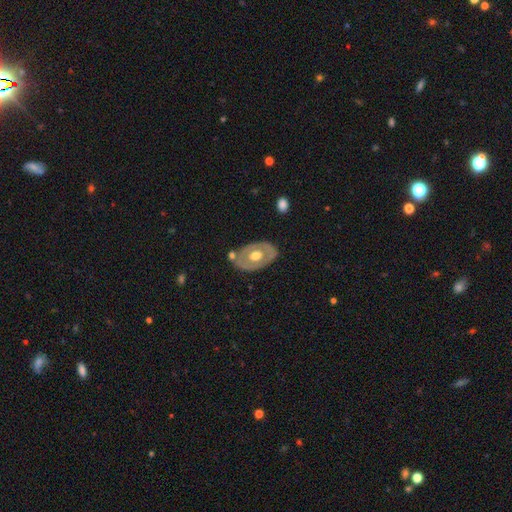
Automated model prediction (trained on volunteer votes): smooth_or_featured: featured or disk (p=0.58) [alt: smooth p=0.38]
disk_edge_on: no (p=0.89) [alt: yes p=0.11]
bar: no (p=0.88) [alt: weak p=0.09]
has_spiral_arms: no (p=0.88) [alt: yes p=0.12]
bulge_size: moderate (p=0.70) [alt: large p=0.22]
merging: none (p=0.73) [alt: minor disturbance p=0.16]